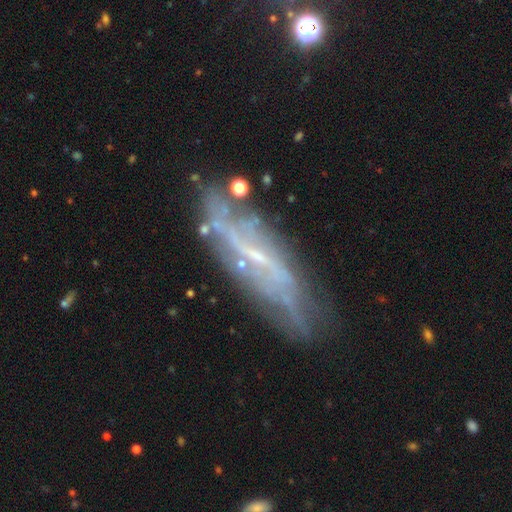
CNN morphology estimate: This is likely a featured or disk galaxy (74%). It is likely not viewed edge-on (64%). Merging: likely none (66%).